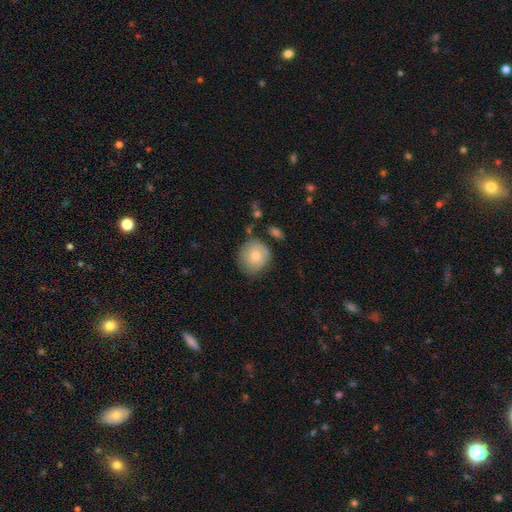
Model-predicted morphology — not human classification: A smooth galaxy with no disk features (63%) that is round (86%).

Vote fractions:
- Smooth or featured? smooth: 63% / featured or disk: 30% / star or artifact: 7%
- How rounded? round: 86% / in between: 13% / cigar-shaped: 1%
- Merging? none: 69% / minor disturbance: 22% / major disturbance: 5% / merger: 4%